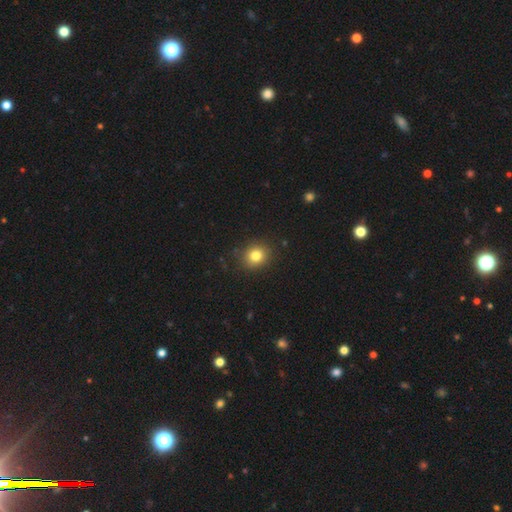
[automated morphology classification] smooth_or_featured: smooth (p=0.81) [alt: star or artifact p=0.12]
how_rounded: round (p=0.79) [alt: in between p=0.20]
merging: none (p=0.88) [alt: minor disturbance p=0.08]